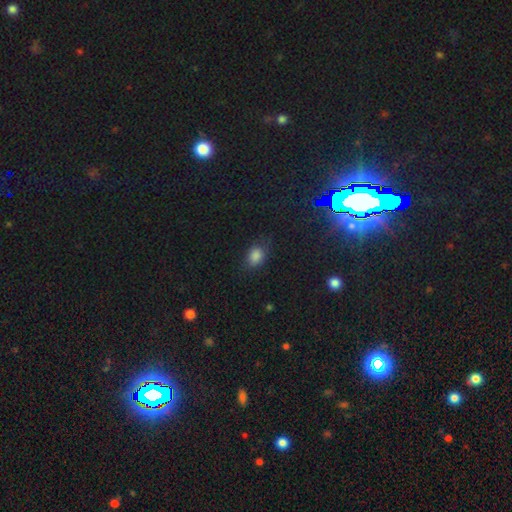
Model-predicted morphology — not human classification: type=smooth (78%); roundness=in between (68%); merging=none (69%).